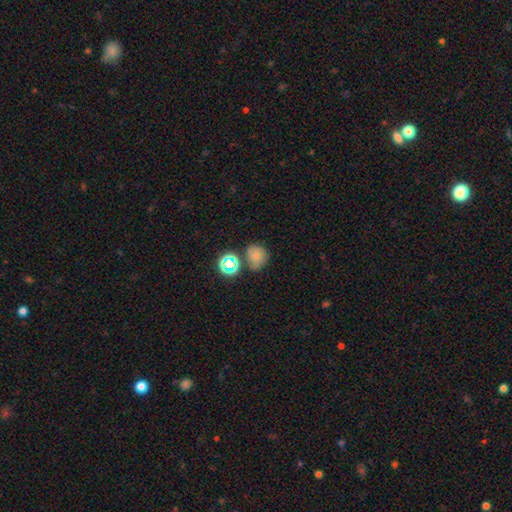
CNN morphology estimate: A smooth galaxy with no disk features (68%) that is round (70%).

Vote fractions:
- Smooth or featured? smooth: 68% / star or artifact: 21% / featured or disk: 11%
- How rounded? round: 70% / in between: 29% / cigar-shaped: 1%
- Merging? none: 61% / minor disturbance: 18% / merger: 15% / major disturbance: 6%